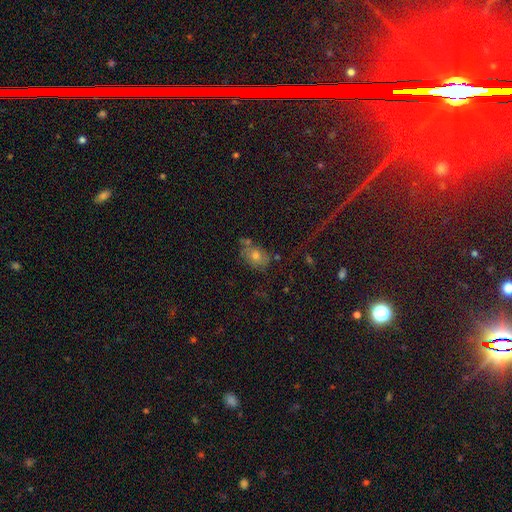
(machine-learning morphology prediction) A smooth galaxy with no disk features (50%) that is in between round and cigar-shaped (70%).

Vote fractions:
- Smooth or featured? smooth: 50% / featured or disk: 25% / star or artifact: 25%
- How rounded? in between: 70% / round: 27% / cigar-shaped: 3%
- Merging? none: 58% / minor disturbance: 22% / major disturbance: 10% / merger: 10%